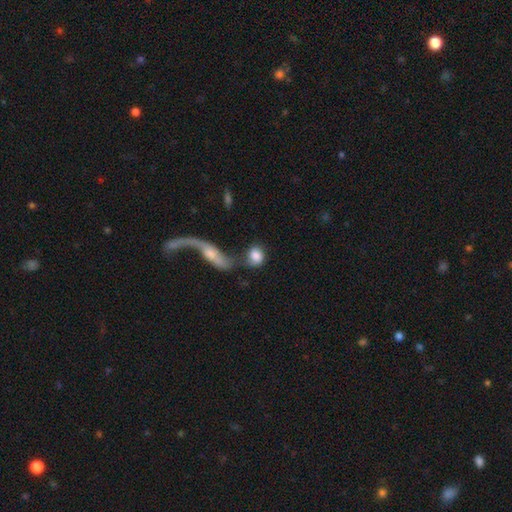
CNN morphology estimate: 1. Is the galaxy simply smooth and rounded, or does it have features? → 76% smooth, 17% featured or disk, 7% star or artifact.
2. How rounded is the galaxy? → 53% round, 42% in between, 5% cigar-shaped.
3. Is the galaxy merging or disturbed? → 38% merger, 36% none, 14% minor disturbance, 12% major disturbance.